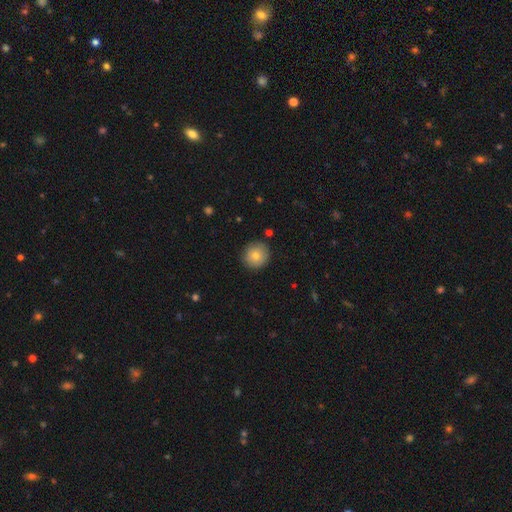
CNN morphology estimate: smooth-or-featured: smooth: 79% | featured or disk: 12% | star or artifact: 9%
  how-rounded: round: 93% | in between: 6% | cigar-shaped: 1%
  merging: none: 88% | minor disturbance: 8% | major disturbance: 2% | merger: 1%